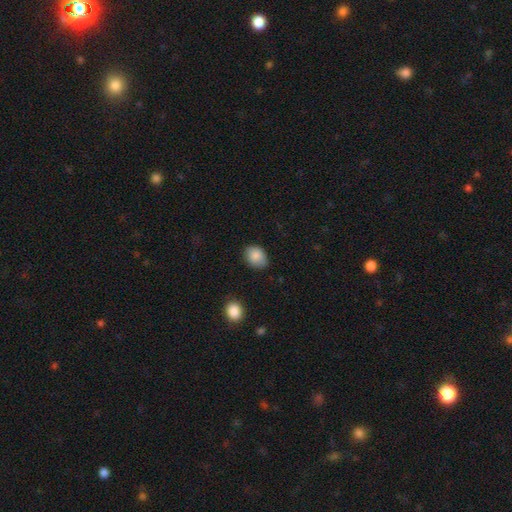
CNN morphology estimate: A smooth galaxy with no disk features (87%) that is in between round and cigar-shaped (64%).

Vote fractions:
- Smooth or featured? smooth: 87% / star or artifact: 8% / featured or disk: 5%
- How rounded? in between: 64% / round: 35% / cigar-shaped: 1%
- Merging? none: 78% / minor disturbance: 17% / major disturbance: 3% / merger: 2%